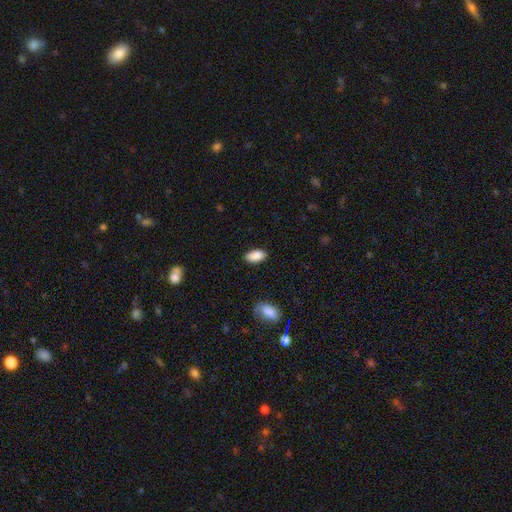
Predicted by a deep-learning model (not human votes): smooth 89%, star or artifact 7%, featured or disk 4%. Down the decision tree: how rounded — in between (92%); merging — none (84%).